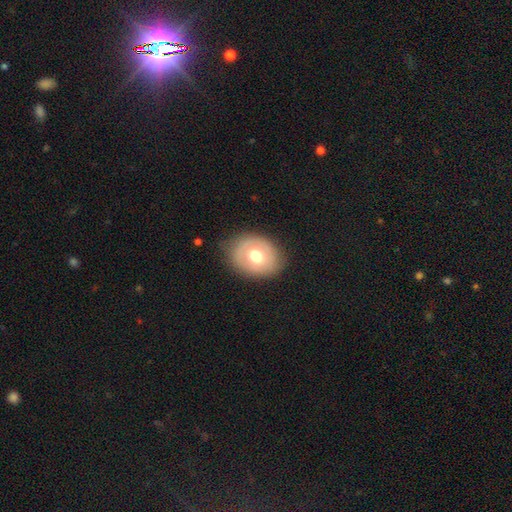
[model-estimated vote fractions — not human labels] Smooth or featured? Predicted: smooth (p=0.55). How rounded? Predicted: round (p=0.50, tied with in between). Merging? Predicted: none (p=0.76).